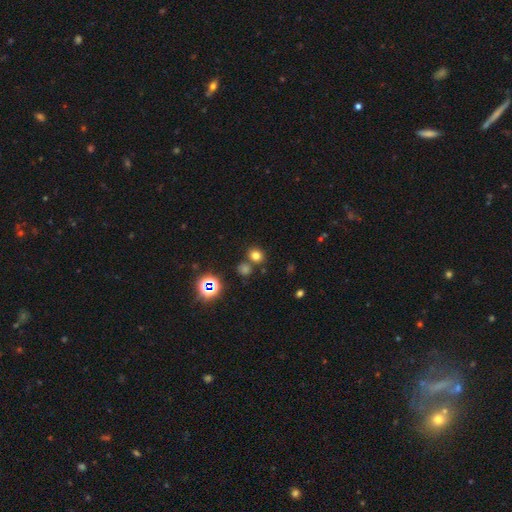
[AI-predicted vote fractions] This is likely a smooth galaxy (72%). How rounded: likely round (79%). Merging: likely none (73%).